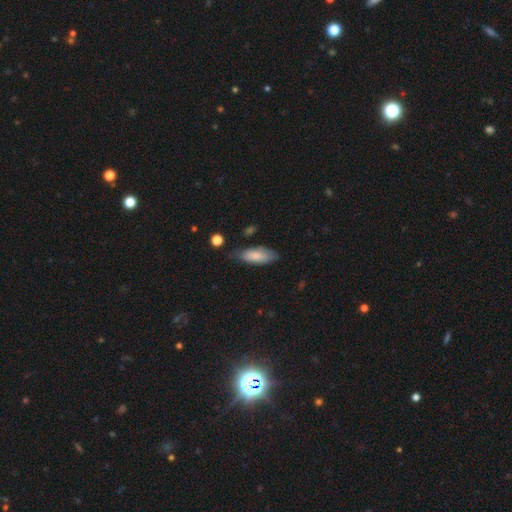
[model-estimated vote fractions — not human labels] Smooth or featured: smooth — 81% (featured or disk — 14%)
How rounded: in between — 69% (cigar-shaped — 29%)
Merging: none — 69% (minor disturbance — 24%)